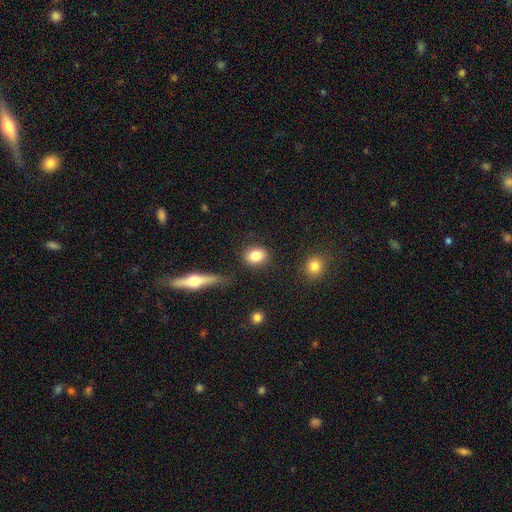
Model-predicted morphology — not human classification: Smooth or featured? Predicted: smooth (p=0.84). How rounded? Predicted: in between (p=0.55). Merging? Predicted: none (p=0.84).